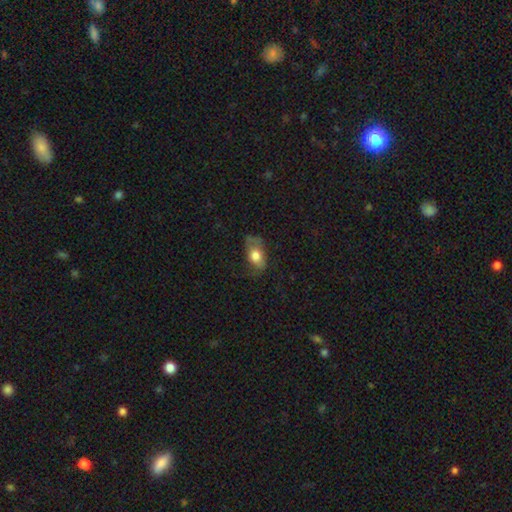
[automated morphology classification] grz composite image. It shows a smooth galaxy with no disk features (68%) that is in between round and cigar-shaped (82%). Merging: none (53%).